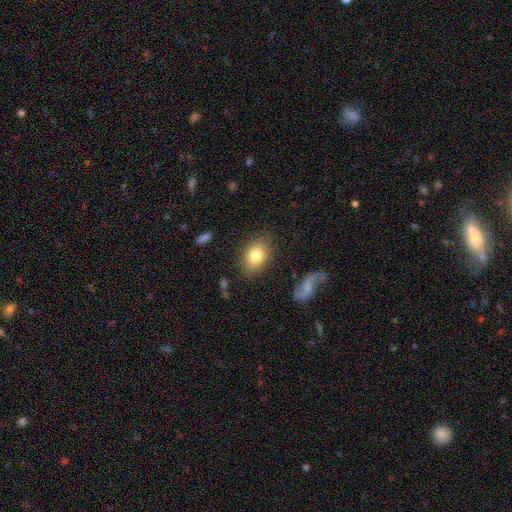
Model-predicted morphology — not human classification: smooth-or-featured: smooth: 78% | featured or disk: 14% | star or artifact: 8%
  how-rounded: in between: 82% | round: 17% | cigar-shaped: 2%
  merging: none: 82% | minor disturbance: 13% | major disturbance: 3% | merger: 2%